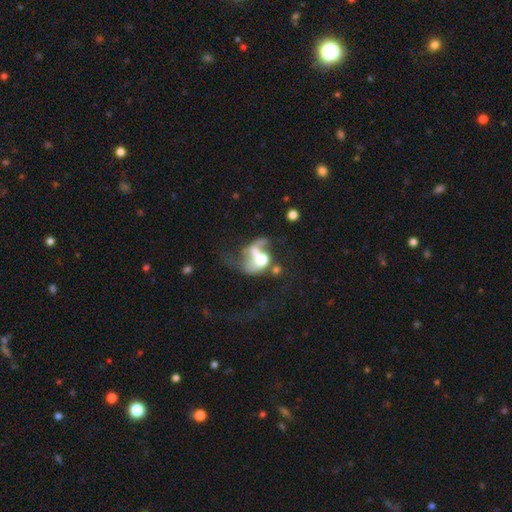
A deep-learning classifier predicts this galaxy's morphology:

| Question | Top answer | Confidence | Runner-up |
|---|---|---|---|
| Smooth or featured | featured or disk | 58% | smooth (32%) |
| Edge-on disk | no | 97% | yes (3%) |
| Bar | no | 74% | weak (20%) |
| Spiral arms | yes | 57% | no (43%) |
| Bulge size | moderate | 54% | large (24%) |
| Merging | merger | 46% | major disturbance (29%) |